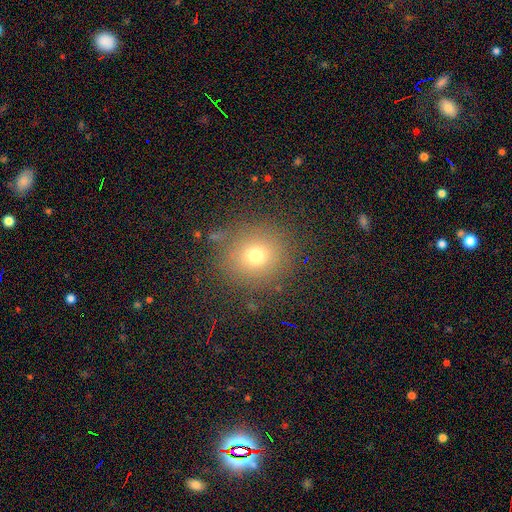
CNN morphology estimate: type=smooth (70%); roundness=round (89%); merging=none (85%).